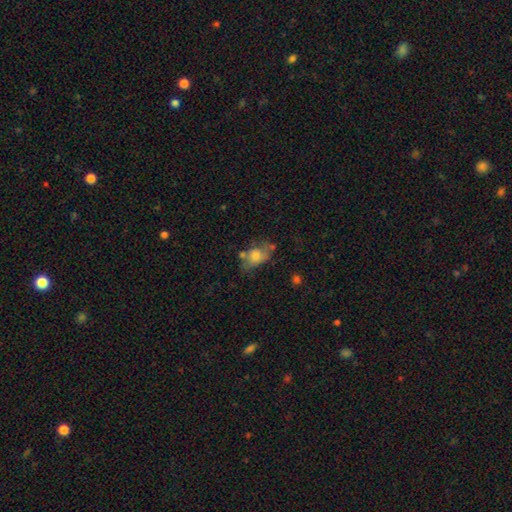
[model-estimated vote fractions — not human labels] Smooth or featured? smooth (67%)
How rounded? in between (80%)
Merging? none (42%)